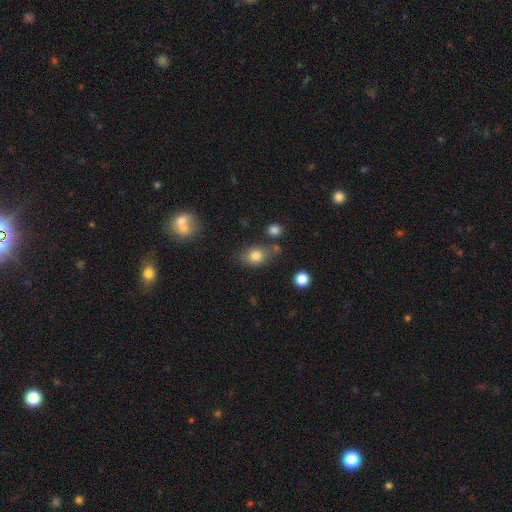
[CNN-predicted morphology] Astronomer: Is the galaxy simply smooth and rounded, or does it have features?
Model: smooth — 80%.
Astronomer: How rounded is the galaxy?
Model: in between — 58% (runner-up: round, 40%).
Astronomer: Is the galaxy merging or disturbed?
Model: none — 67%.